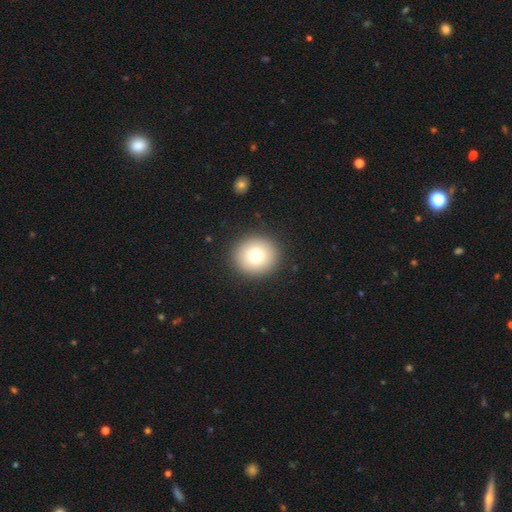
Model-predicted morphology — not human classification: A smooth galaxy with no disk features (76%) that is round (91%).

Vote fractions:
- Smooth or featured? smooth: 76% / featured or disk: 13% / star or artifact: 11%
- How rounded? round: 91% / in between: 8% / cigar-shaped: 1%
- Merging? none: 92% / minor disturbance: 5% / major disturbance: 2% / merger: 1%